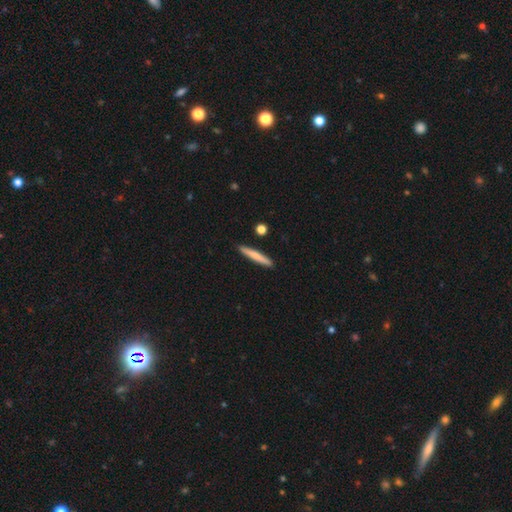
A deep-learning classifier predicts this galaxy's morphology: type=smooth (70%); roundness=cigar-shaped (94%); merging=none (90%).